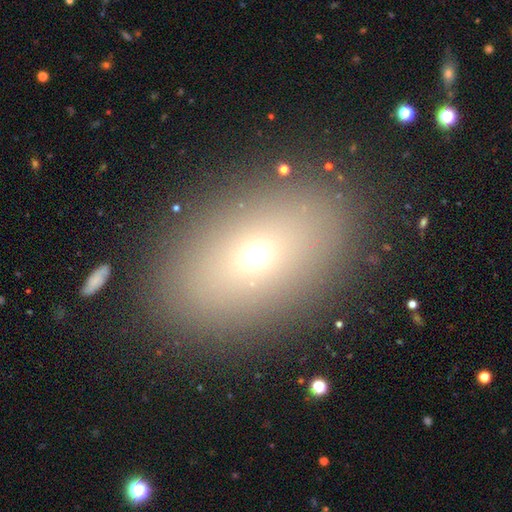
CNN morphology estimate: smooth_or_featured: smooth (p=0.64) [alt: star or artifact p=0.18]
how_rounded: in between (p=0.84) [alt: round p=0.13]
merging: none (p=0.84) [alt: minor disturbance p=0.09]